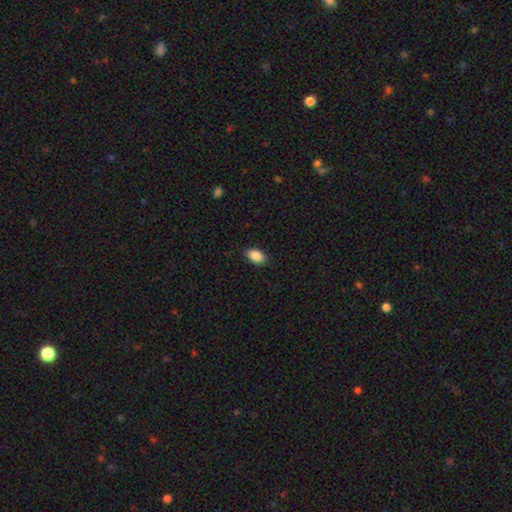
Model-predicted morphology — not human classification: smooth-or-featured: smooth: 88% | star or artifact: 8% | featured or disk: 4%
  how-rounded: in between: 88% | round: 10% | cigar-shaped: 1%
  merging: none: 87% | minor disturbance: 10% | major disturbance: 2% | merger: 1%